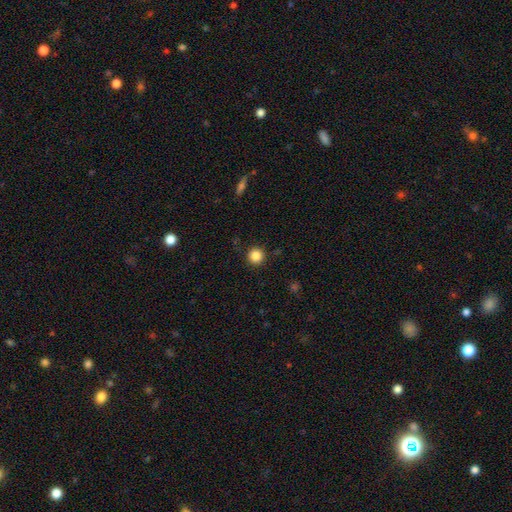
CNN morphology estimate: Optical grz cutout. It shows a smooth galaxy with no disk features (86%) that is round (95%). Merging: none (90%).